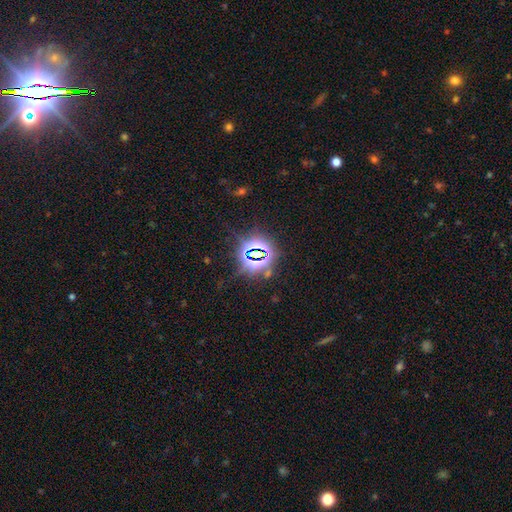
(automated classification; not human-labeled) Q: Smooth or featured?
A: star or artifact (80%); runner-up: smooth (11%)